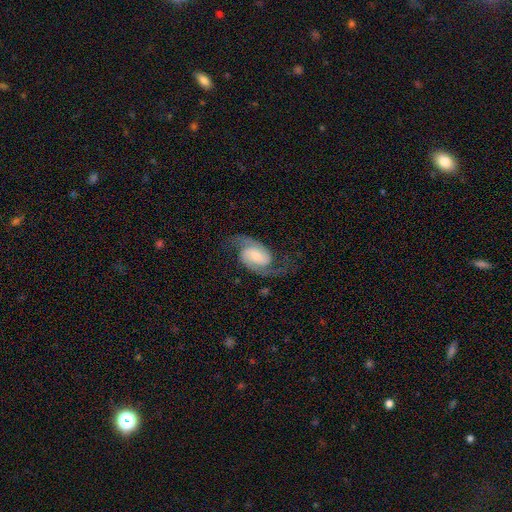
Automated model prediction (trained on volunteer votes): Smooth or featured? Predicted: featured or disk (p=0.87). Edge-on disk? Predicted: no (p=0.98). Bar? Predicted: no (p=0.46). Spiral arms? Predicted: yes (p=0.97). Spiral winding? Predicted: medium (p=0.49). Spiral arm count? Predicted: 2 (p=0.94). Bulge size? Predicted: small (p=0.39). Merging? Predicted: none (p=0.73).